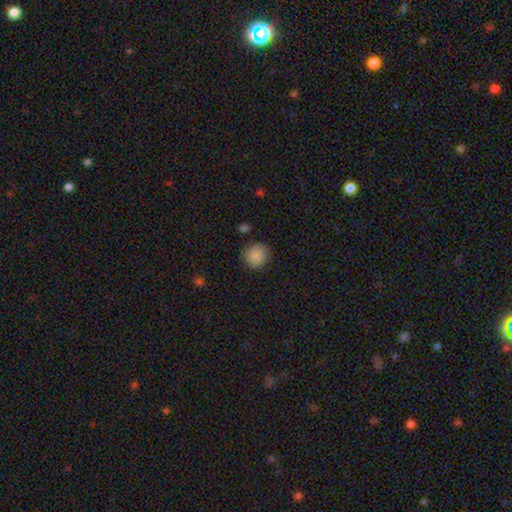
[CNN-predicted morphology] Overall: smooth (86%). How rounded: round (85%). Merging: none (80%).